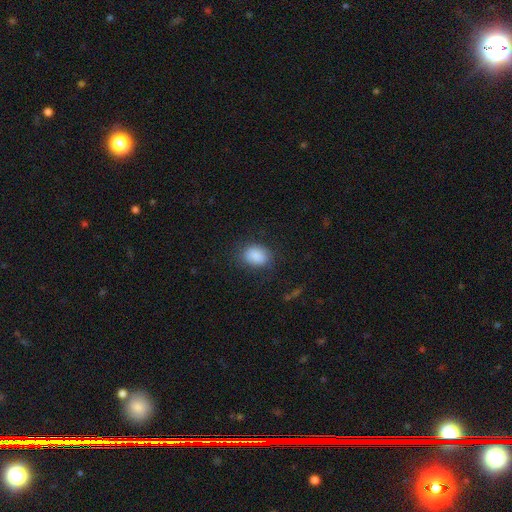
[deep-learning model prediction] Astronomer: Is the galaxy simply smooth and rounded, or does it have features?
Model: smooth — 87%.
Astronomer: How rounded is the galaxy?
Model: in between — 73%.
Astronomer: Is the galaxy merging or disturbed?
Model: none — 76%.